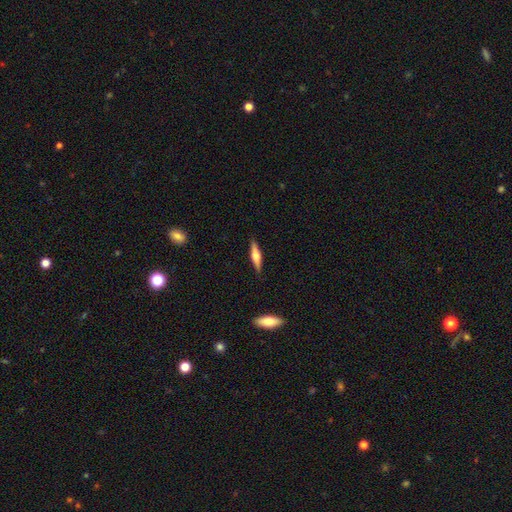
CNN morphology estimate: Smooth or featured? featured or disk (54%)
Edge-on disk? yes (96%)
Edge-on bulge? rounded (85%)
Merging? none (88%)